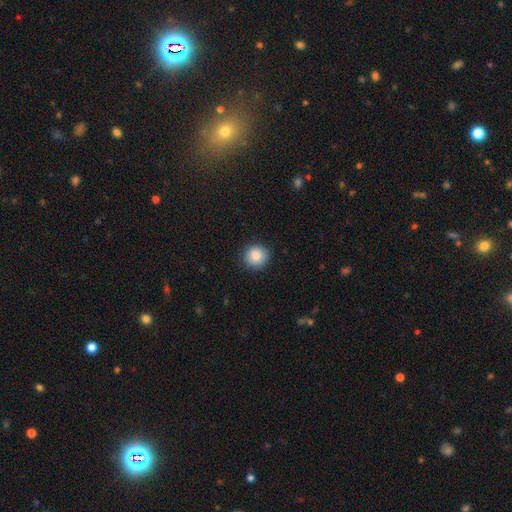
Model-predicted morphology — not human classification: Smooth or featured?
  - smooth: 86% *
  - star or artifact: 8%
  - featured or disk: 6%
How rounded?
  - round: 86% *
  - in between: 13%
  - cigar-shaped: 1%
Merging?
  - none: 88% *
  - minor disturbance: 9%
  - major disturbance: 2%
  - merger: 1%